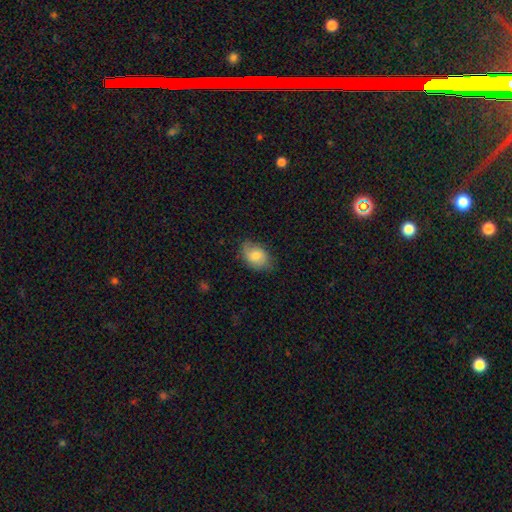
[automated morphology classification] A smooth galaxy with no disk features (68%) that is in between round and cigar-shaped (80%). Merging: none (72%).